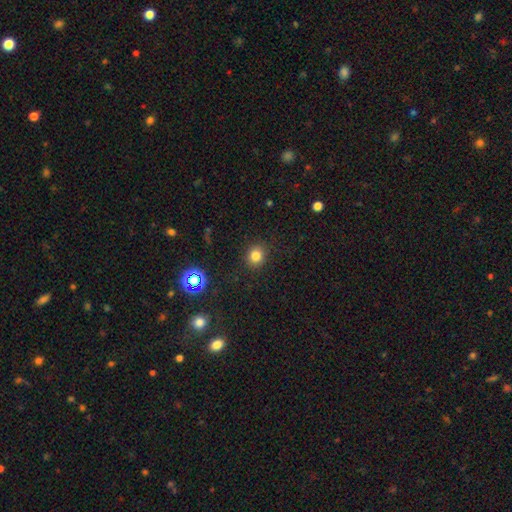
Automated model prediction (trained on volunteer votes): The model was most divided on "how rounded": round: 81%, in between: 19%, cigar-shaped: 1%. More confident: merging — none (89%); smooth or featured — smooth (79%).